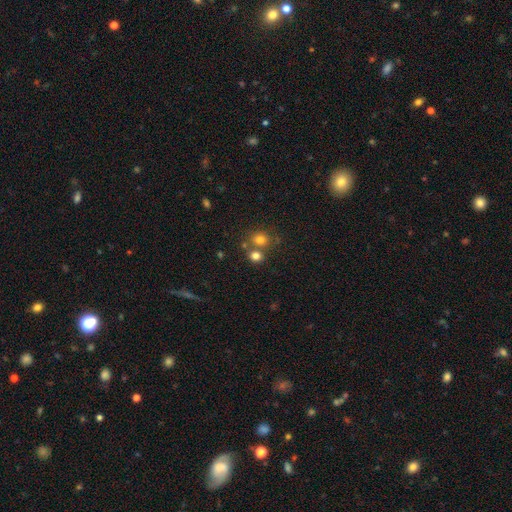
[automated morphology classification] Smooth or featured? smooth (77%)
How rounded? round (74%)
Merging? none (57%)